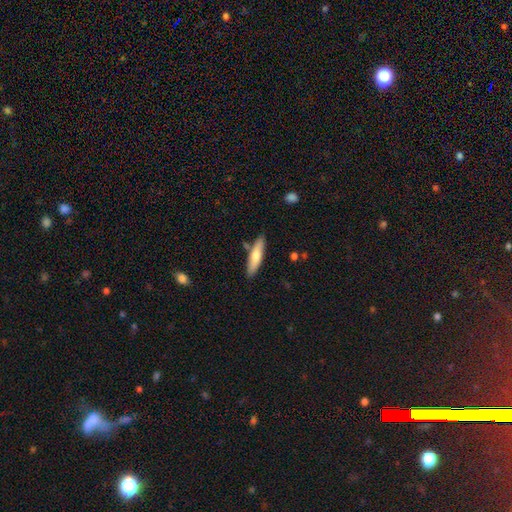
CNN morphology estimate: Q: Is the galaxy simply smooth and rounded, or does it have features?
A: smooth — 64%.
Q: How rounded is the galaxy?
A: cigar-shaped — 74%.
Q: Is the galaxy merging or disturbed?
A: none — 82%.